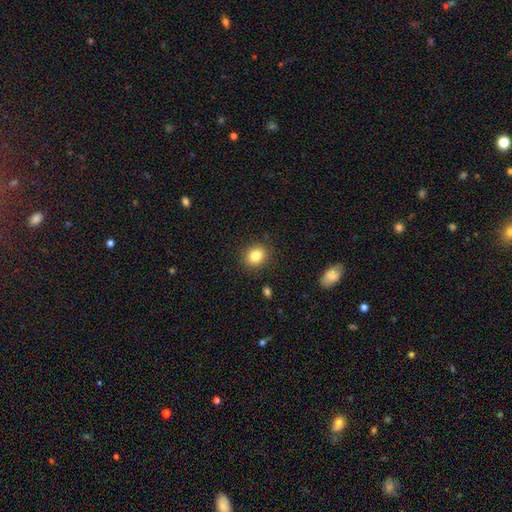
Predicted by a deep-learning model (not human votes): A smooth galaxy with no disk features (83%) that is round (67%).

Vote fractions:
- Smooth or featured? smooth: 83% / star or artifact: 10% / featured or disk: 7%
- How rounded? round: 67% / in between: 32% / cigar-shaped: 1%
- Merging? none: 88% / minor disturbance: 8% / major disturbance: 2% / merger: 1%